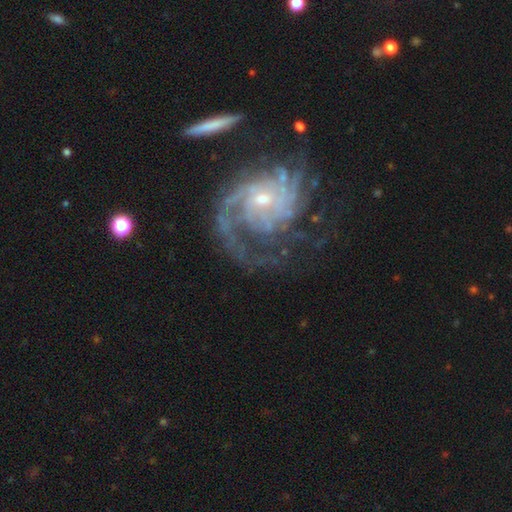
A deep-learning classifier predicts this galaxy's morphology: Overall: featured or disk (87%). Edge-on disk: no (97%). Bar: no (69%). Spiral arms: yes (95%). Spiral arm count: 2 (34%; can't tell 24%). Spiral winding: tight (51%; medium 37%). Bulge size: small (73%). Merging: none (56%; major disturbance 22%).